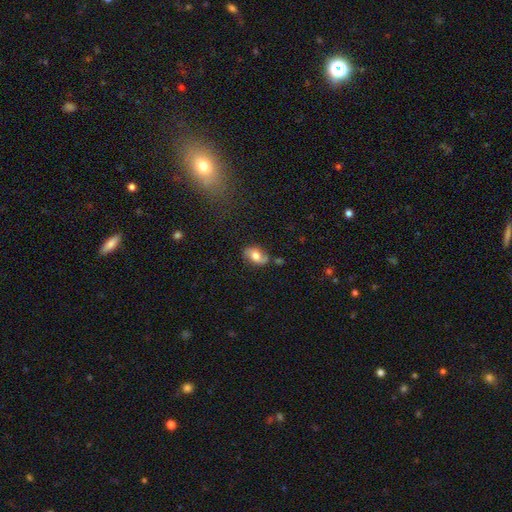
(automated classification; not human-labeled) Smooth or featured: smooth — 56% (featured or disk — 35%)
How rounded: in between — 85% (round — 13%)
Merging: none — 67% (minor disturbance — 22%)